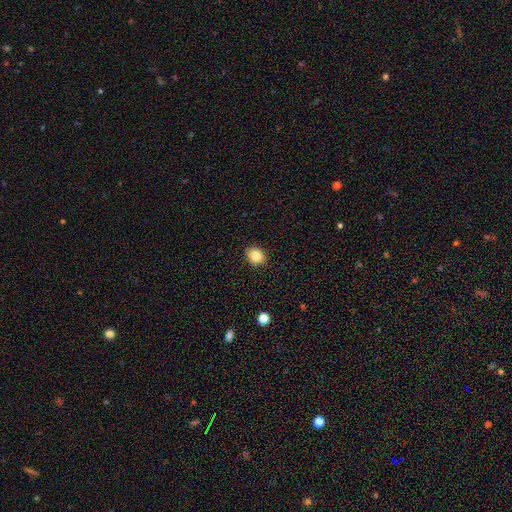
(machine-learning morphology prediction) This is clearly a smooth galaxy (87%). How rounded: possibly round (54%). Merging: clearly none (89%).